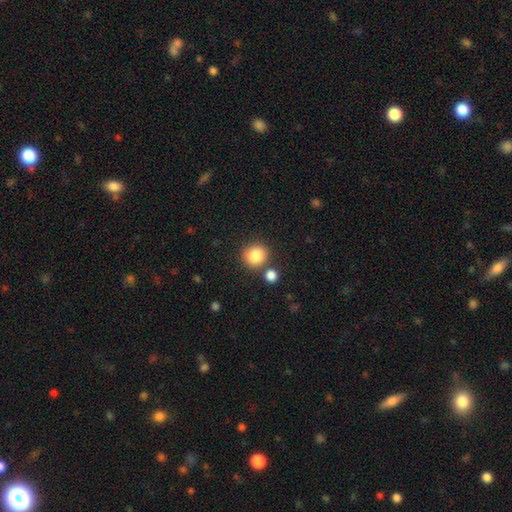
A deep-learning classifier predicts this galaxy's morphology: Smooth or featured?
  - smooth: 85% *
  - star or artifact: 9%
  - featured or disk: 5%
How rounded?
  - round: 87% *
  - in between: 12%
  - cigar-shaped: 1%
Merging?
  - none: 76% *
  - merger: 12%
  - minor disturbance: 9%
  - major disturbance: 3%